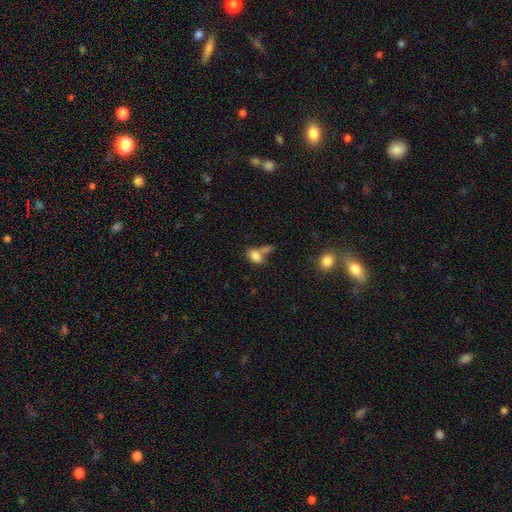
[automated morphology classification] This appears to be a smooth galaxy with no disk features (81%) that is in between round and cigar-shaped (84%). Merging: merger (44%).